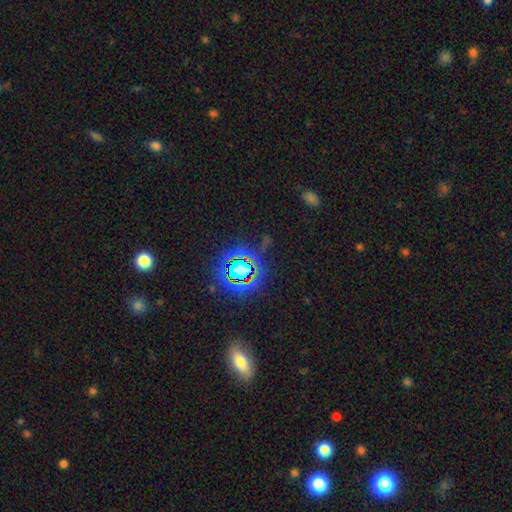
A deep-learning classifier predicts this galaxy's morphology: A star or artifact, not a galaxy (72%).